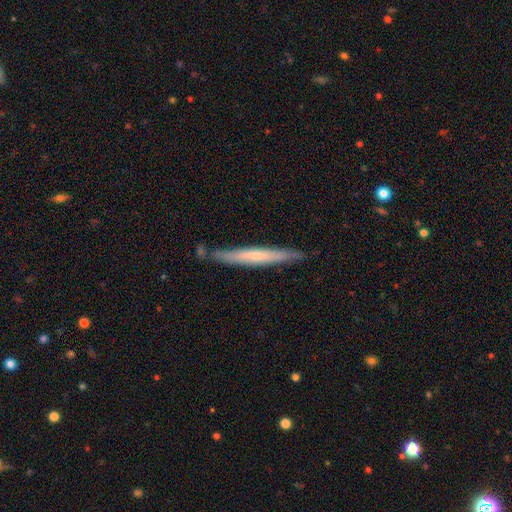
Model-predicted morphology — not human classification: The model was most divided on "smooth or featured" (2-way tie): smooth: 47%, featured or disk: 47%, star or artifact: 6%. More confident: merging — none (81%).